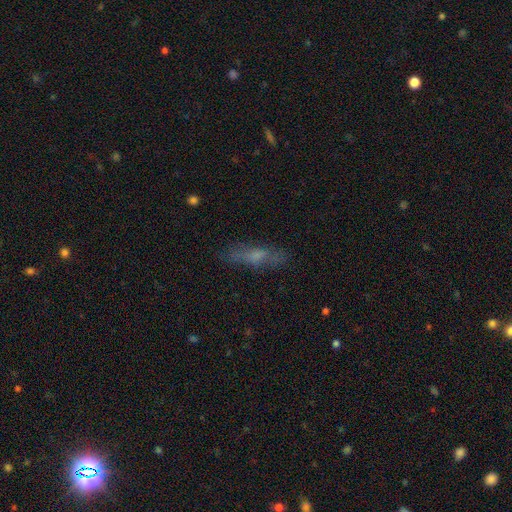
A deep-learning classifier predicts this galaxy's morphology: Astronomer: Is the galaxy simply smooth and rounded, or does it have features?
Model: smooth — 50% (runner-up: featured or disk, 38%).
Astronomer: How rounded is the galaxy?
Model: cigar-shaped — 71%.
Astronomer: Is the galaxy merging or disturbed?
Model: none — 79%.